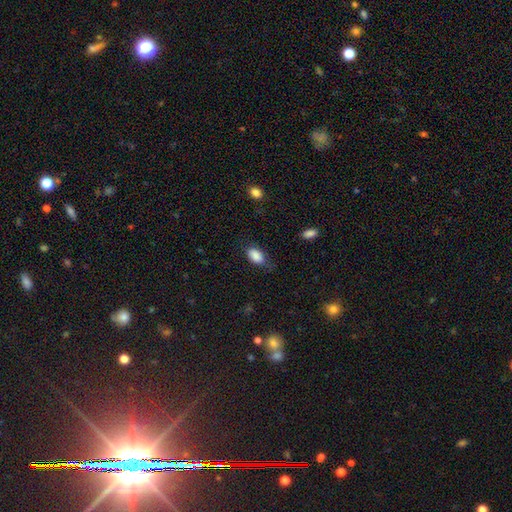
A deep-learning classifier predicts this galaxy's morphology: smooth_or_featured: smooth (p=0.87) [alt: star or artifact p=0.07]
how_rounded: in between (p=0.91) [alt: round p=0.06]
merging: none (p=0.64) [alt: minor disturbance p=0.26]